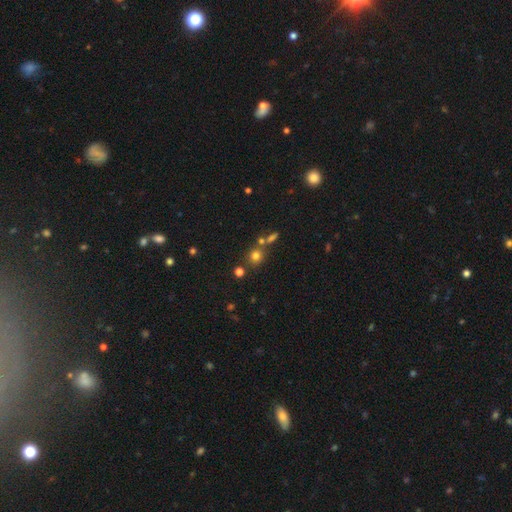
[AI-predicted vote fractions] A smooth galaxy with no disk features (73%) that is round (86%). Merging: none (69%).